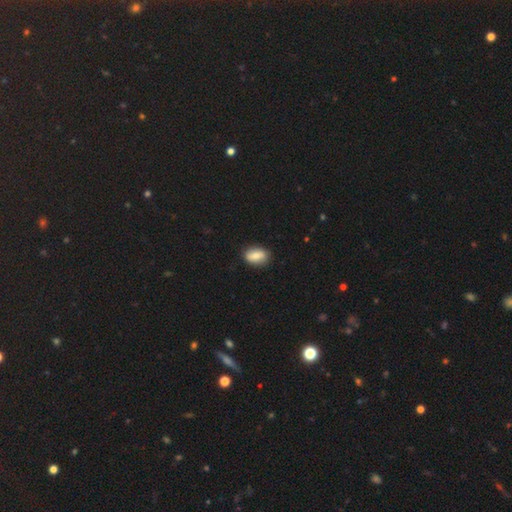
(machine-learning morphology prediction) Smooth or featured? Predicted: smooth (p=0.78). How rounded? Predicted: in between (p=0.85). Merging? Predicted: none (p=0.86).